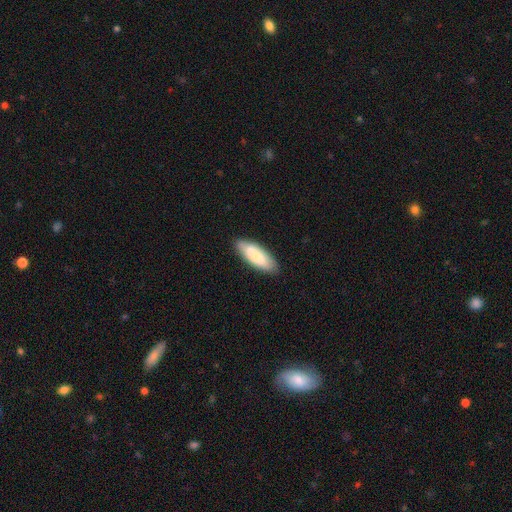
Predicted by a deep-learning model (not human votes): This appears to be a smooth galaxy with no disk features (74%) that is in between round and cigar-shaped (65%). Merging: none (80%).